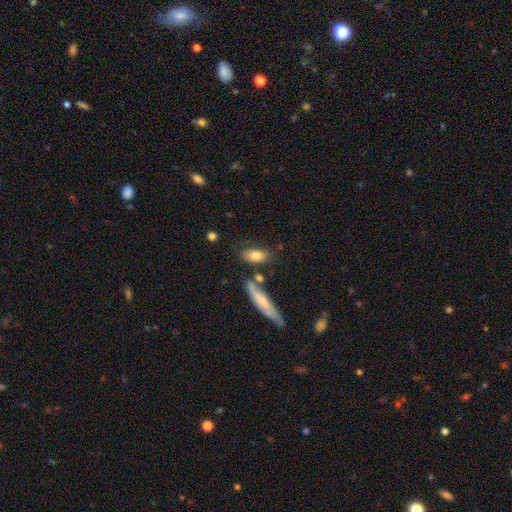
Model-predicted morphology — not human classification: Overall: smooth (78%). How rounded: in between (80%). Merging: none (64%).